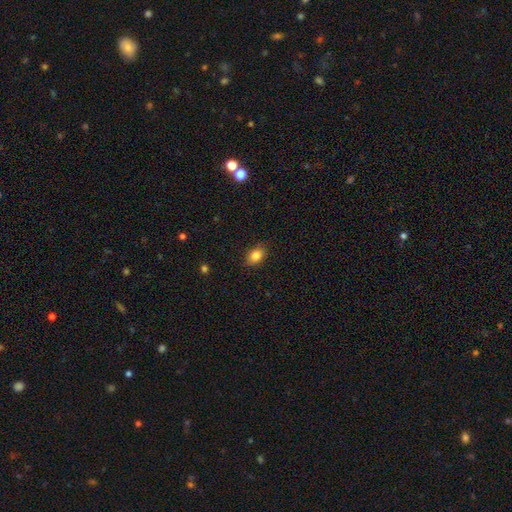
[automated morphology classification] smooth 83%, star or artifact 9%, featured or disk 7%. Down the decision tree: how rounded — in between (76%); merging — none (84%).